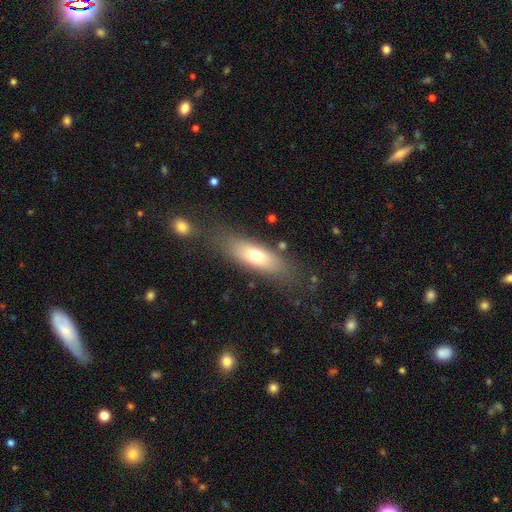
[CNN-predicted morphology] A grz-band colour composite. It shows a smooth galaxy with no disk features (67%) that is in between round and cigar-shaped (57%). Merging: none (74%).